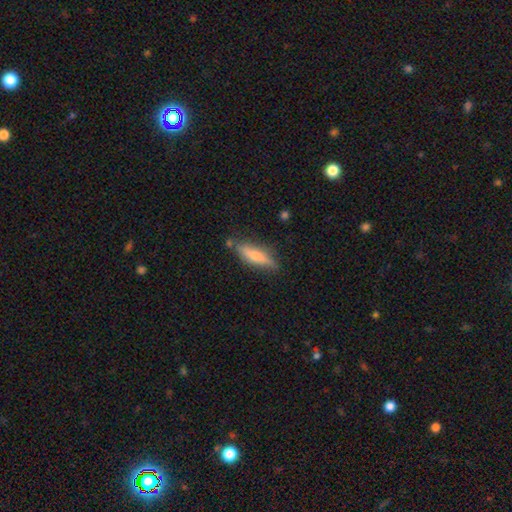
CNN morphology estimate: smooth 59%, featured or disk 35%, star or artifact 7%. Down the decision tree: how rounded — cigar-shaped (68%); merging — none (75%).